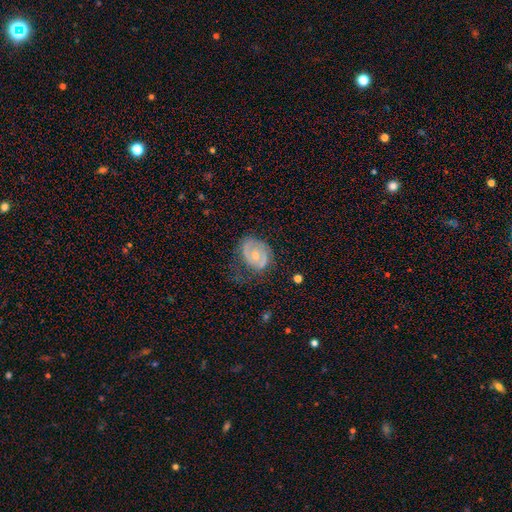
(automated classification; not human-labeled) featured or disk 62%, smooth 31%, star or artifact 7%. Down the decision tree: edge-on disk — no (96%); bar — no (70%); spiral arms — yes (64%); bulge size — moderate (53%); merging — none (48%).